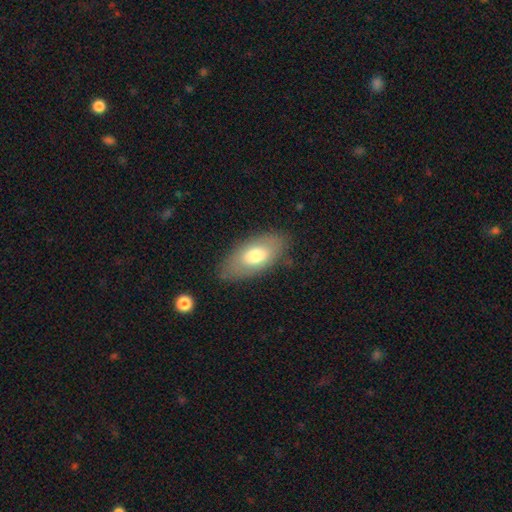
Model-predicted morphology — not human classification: smooth_or_featured: smooth (p=0.69) [alt: featured or disk p=0.24]
how_rounded: in between (p=0.92) [alt: cigar-shaped p=0.05]
merging: none (p=0.80) [alt: minor disturbance p=0.14]